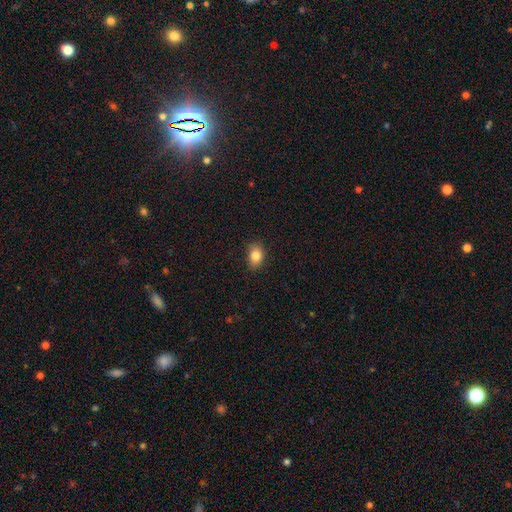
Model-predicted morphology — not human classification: Smooth or featured: smooth — 83% (star or artifact — 10%)
How rounded: in between — 72% (round — 27%)
Merging: none — 82% (minor disturbance — 14%)